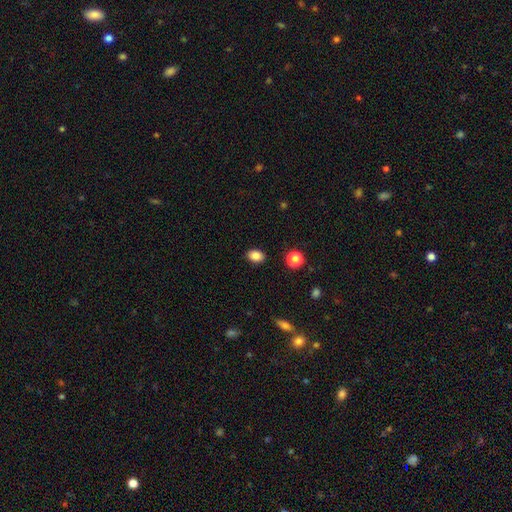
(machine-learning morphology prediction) type=smooth (85%); roundness=in between (75%); merging=none (89%).